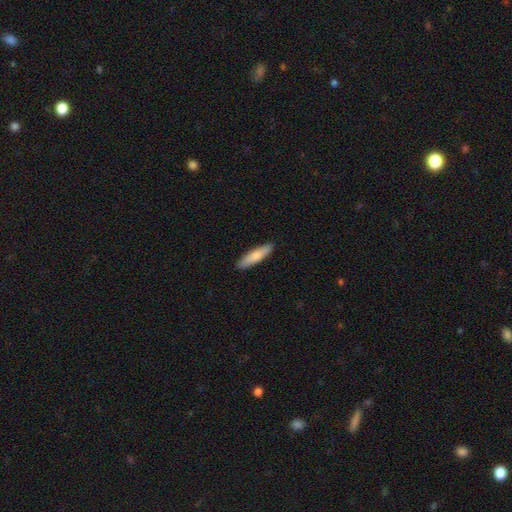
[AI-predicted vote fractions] A smooth galaxy with no disk features (77%) that is cigar-shaped (73%).

Vote fractions:
- Smooth or featured? smooth: 77% / featured or disk: 18% / star or artifact: 5%
- How rounded? cigar-shaped: 73% / in between: 25% / round: 2%
- Merging? none: 90% / minor disturbance: 7% / major disturbance: 1% / merger: 1%